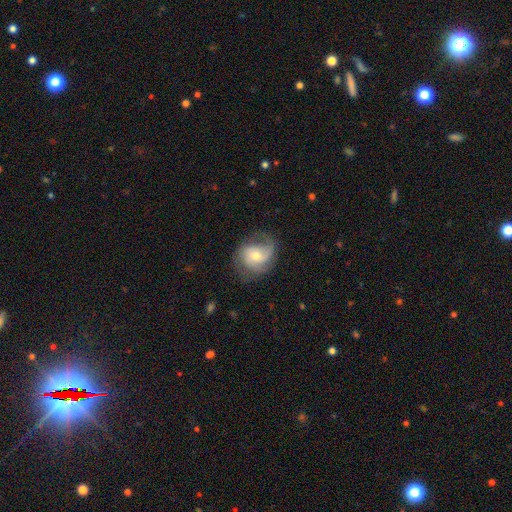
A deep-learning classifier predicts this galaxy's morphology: The model was most divided on "spiral winding": medium: 44%, loose: 33%, tight: 23%. Remaining: edge-on disk — no (97%); spiral arms — yes (90%); smooth or featured — featured or disk (67%); bar — no (64%); merging — none (59%); bulge size — moderate (57%); spiral arm count — 2 (50%).